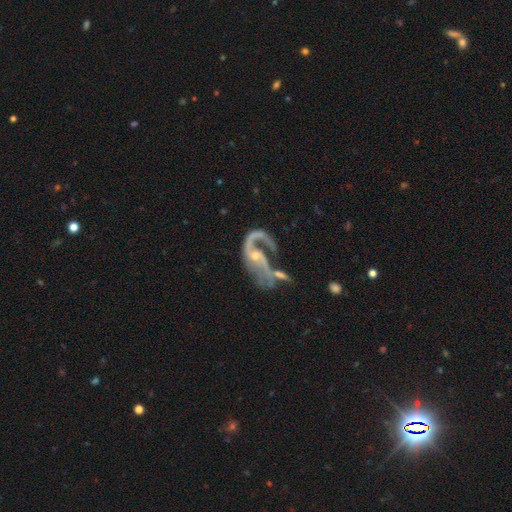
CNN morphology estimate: featured or disk 85%, smooth 8%, star or artifact 7%. Down the decision tree: edge-on disk — no (96%); bar — no (54%); spiral arms — yes (88%); spiral arm count — 2 (55%); spiral winding — loose (60%); bulge size — small (60%); merging — major disturbance (34%).